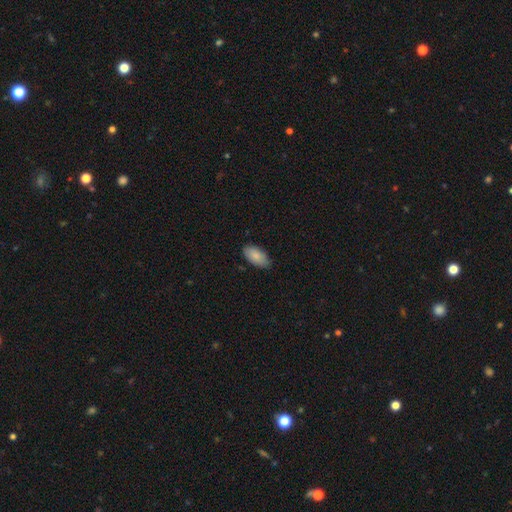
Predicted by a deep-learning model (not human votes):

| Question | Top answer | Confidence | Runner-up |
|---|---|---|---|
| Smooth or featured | smooth | 85% | featured or disk (8%) |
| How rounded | in between | 94% | cigar-shaped (4%) |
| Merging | none | 82% | minor disturbance (15%) |